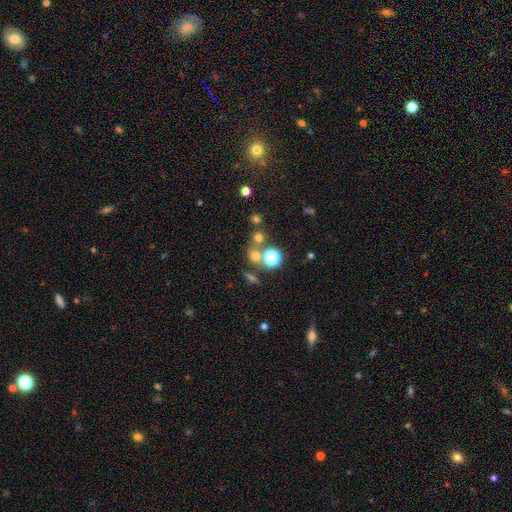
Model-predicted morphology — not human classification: smooth 60%, star or artifact 29%, featured or disk 11%. Down the decision tree: how rounded — round (84%); merging — none (64%).